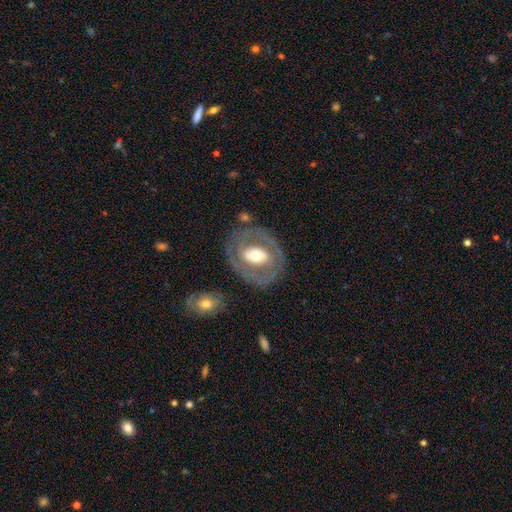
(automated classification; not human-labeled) Smooth or featured? Predicted: featured or disk (p=0.63). Edge-on disk? Predicted: no (p=0.93). Bar? Predicted: no (p=0.45). Spiral arms? Predicted: no (p=0.69). Bulge size? Predicted: moderate (p=0.63). Merging? Predicted: none (p=0.77).